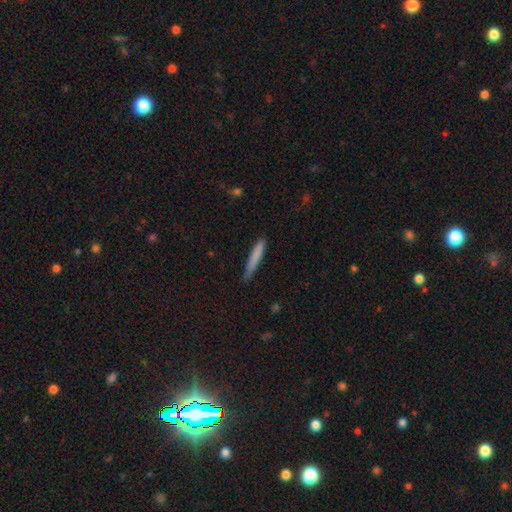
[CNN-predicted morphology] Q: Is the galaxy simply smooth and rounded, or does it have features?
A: smooth — 78%.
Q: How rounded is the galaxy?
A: cigar-shaped — 95%.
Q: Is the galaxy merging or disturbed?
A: none — 76%.